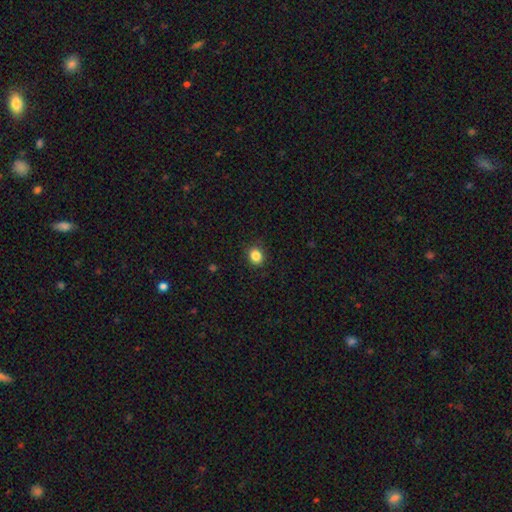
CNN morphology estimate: A smooth galaxy with no disk features (85%) that is round (65%). Merging: none (89%).